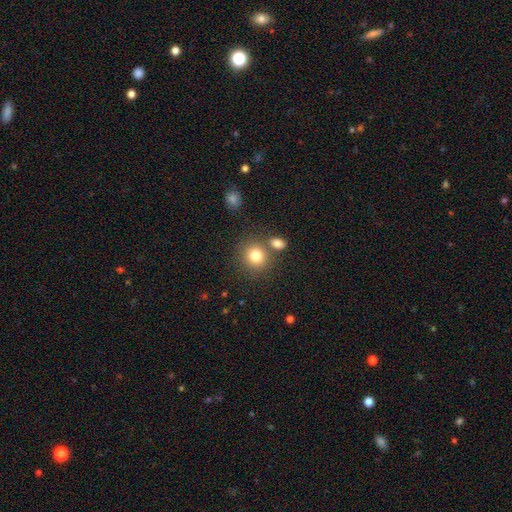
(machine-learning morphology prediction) Smooth or featured? Predicted: smooth (p=0.81). How rounded? Predicted: round (p=0.83). Merging? Predicted: none (p=0.70).